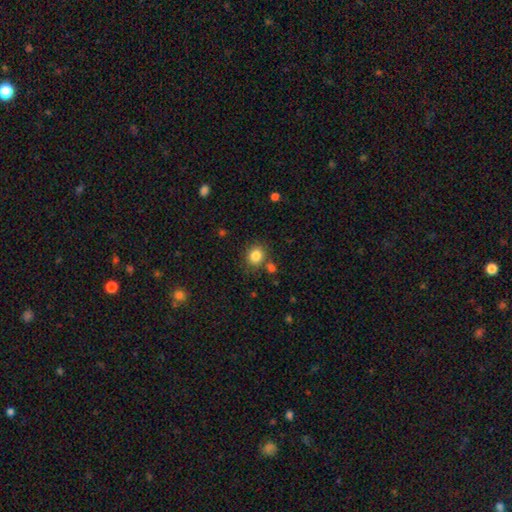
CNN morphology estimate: This appears to be a smooth galaxy with no disk features (84%) that is round (74%). Merging: none (75%).